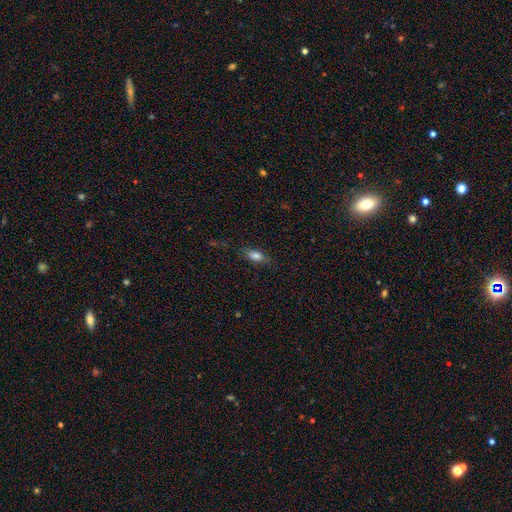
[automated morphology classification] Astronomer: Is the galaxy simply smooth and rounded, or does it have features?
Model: smooth — 80%.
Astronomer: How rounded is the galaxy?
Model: in between — 80%.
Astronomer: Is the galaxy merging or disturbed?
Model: none — 79%.